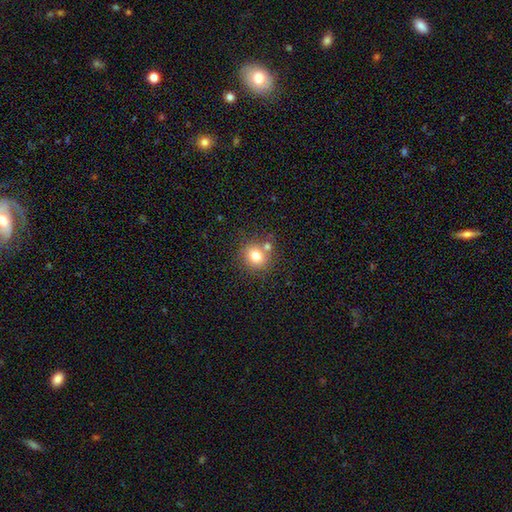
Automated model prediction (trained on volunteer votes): Smooth or featured?
  - smooth: 77% *
  - star or artifact: 13%
  - featured or disk: 11%
How rounded?
  - round: 80% *
  - in between: 19%
  - cigar-shaped: 1%
Merging?
  - none: 65% *
  - merger: 21%
  - minor disturbance: 11%
  - major disturbance: 4%